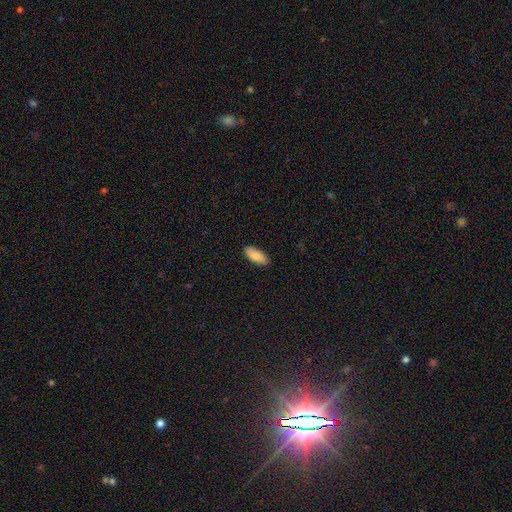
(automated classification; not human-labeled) This appears to be a smooth galaxy with no disk features (85%) that is in between round and cigar-shaped (85%). Merging: none (88%).